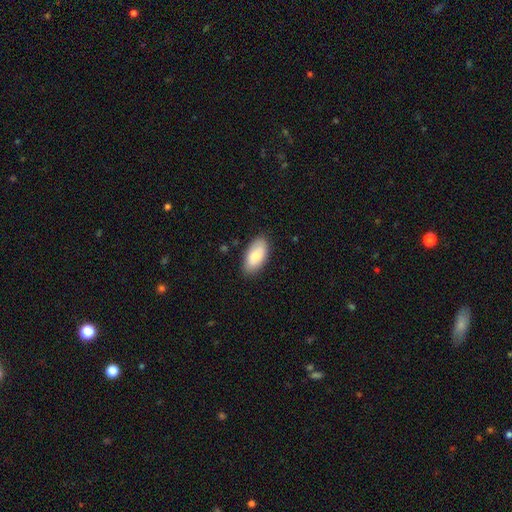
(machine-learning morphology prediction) type=smooth (77%); roundness=in between (94%); merging=none (84%).